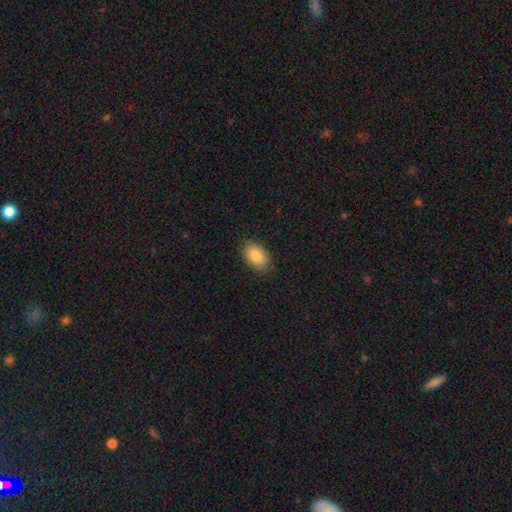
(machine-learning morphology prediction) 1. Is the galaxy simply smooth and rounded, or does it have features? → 86% smooth, 7% featured or disk, 7% star or artifact.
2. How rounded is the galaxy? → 89% in between, 9% round, 1% cigar-shaped.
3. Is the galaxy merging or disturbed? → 86% none, 11% minor disturbance, 2% major disturbance, 1% merger.